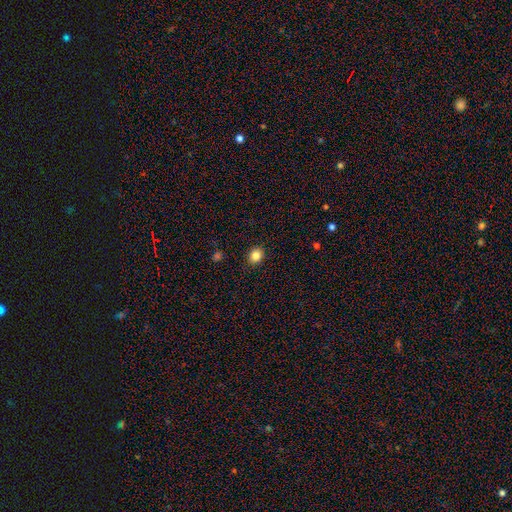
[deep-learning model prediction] The model was most divided on "how rounded": round: 70%, in between: 30%, cigar-shaped: 1%. More confident: merging — none (90%); smooth or featured — smooth (84%).